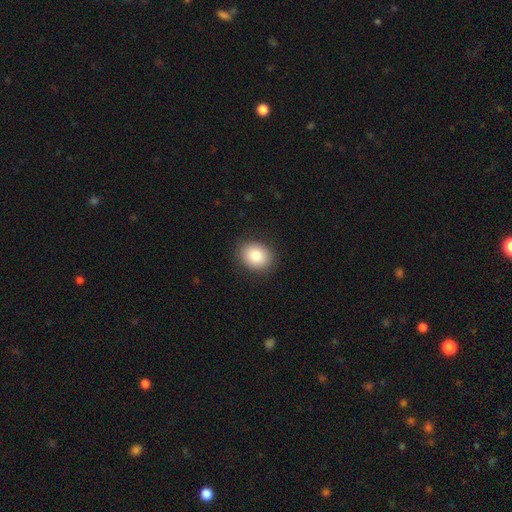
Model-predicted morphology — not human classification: The model was most divided on "how rounded": round: 51%, in between: 48%, cigar-shaped: 1%. More confident: merging — none (89%); smooth or featured — smooth (84%).